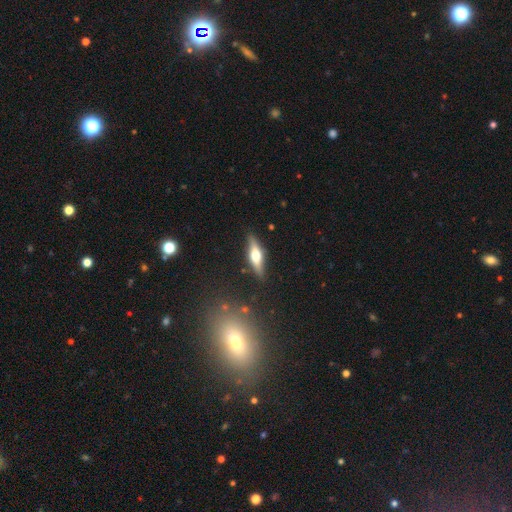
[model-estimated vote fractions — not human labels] This is possibly a featured or disk galaxy (59%). It is clearly viewed edge-on (92%). Edge-on bulge: clearly rounded (93%). Merging: clearly none (85%).